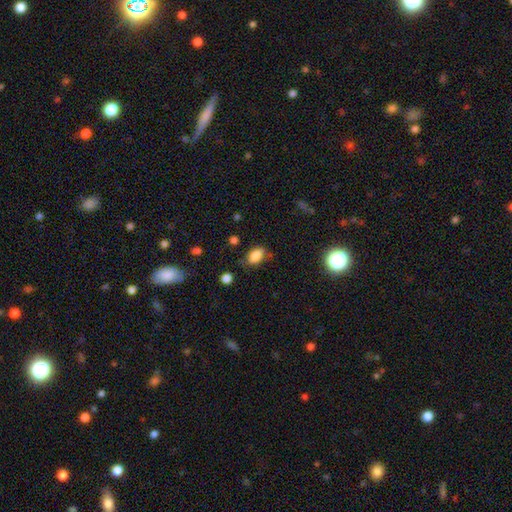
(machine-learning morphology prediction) The model was most divided on "merging": none: 71%, minor disturbance: 21%, major disturbance: 5%, merger: 3%. More confident: how rounded — in between (86%); smooth or featured — smooth (83%).